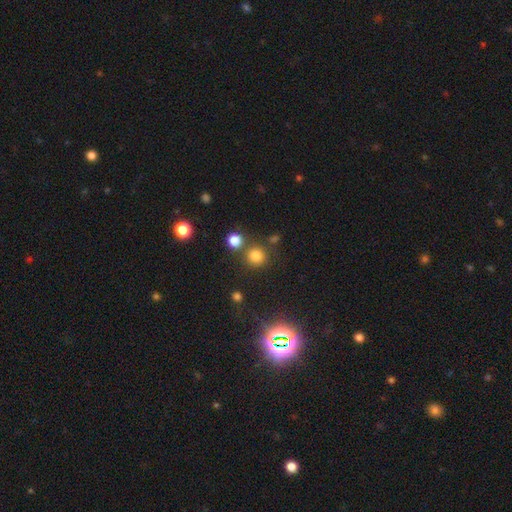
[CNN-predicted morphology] A smooth galaxy with no disk features (76%) that is round (92%). Merging: none (78%).